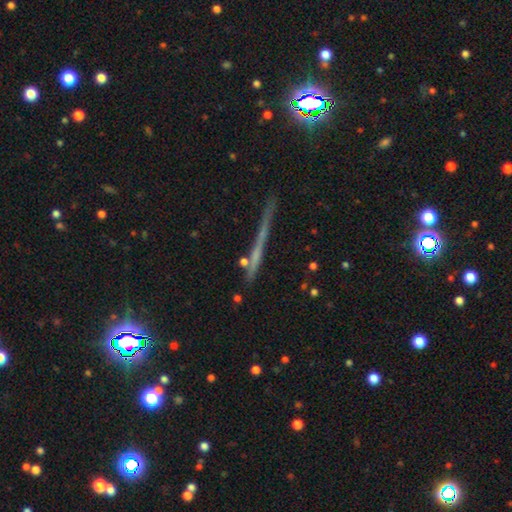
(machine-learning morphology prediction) This is possibly a featured or disk galaxy (52%). It is clearly viewed edge-on (94%). Merging: likely none (76%).